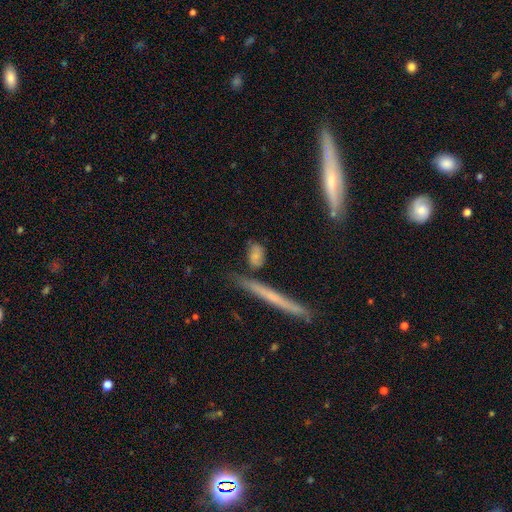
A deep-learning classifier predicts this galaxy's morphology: The model was most divided on "merging": none: 57%, minor disturbance: 22%, merger: 13%, major disturbance: 9%. More confident: smooth or featured — smooth (71%); how rounded — in between (69%).